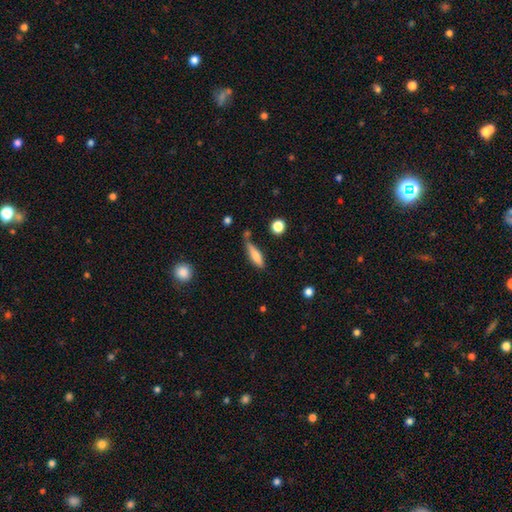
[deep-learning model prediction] A smooth galaxy with no disk features (68%) that is cigar-shaped (66%).

Vote fractions:
- Smooth or featured? smooth: 68% / featured or disk: 25% / star or artifact: 7%
- How rounded? cigar-shaped: 66% / in between: 32% / round: 3%
- Merging? none: 63% / minor disturbance: 23% / merger: 8% / major disturbance: 6%